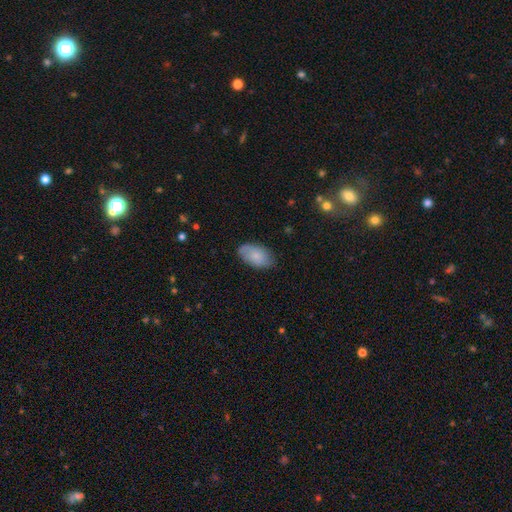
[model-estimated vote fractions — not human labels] Smooth or featured? smooth (80%)
How rounded? in between (94%)
Merging? none (77%)